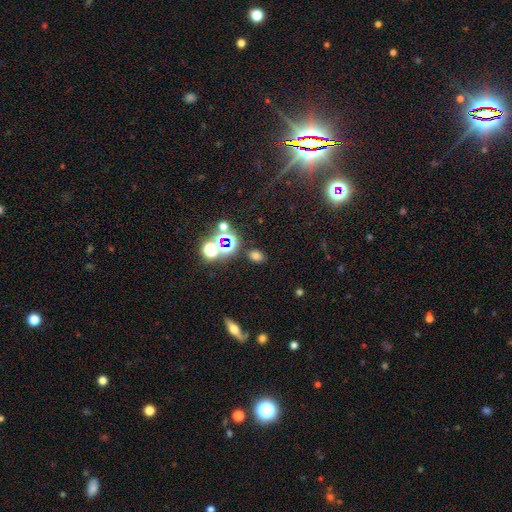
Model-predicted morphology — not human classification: Q: Smooth or featured?
A: smooth (64%); runner-up: star or artifact (30%)
Q: How rounded?
A: in between (67%); runner-up: round (32%)
Q: Merging?
A: none (82%); runner-up: minor disturbance (10%)